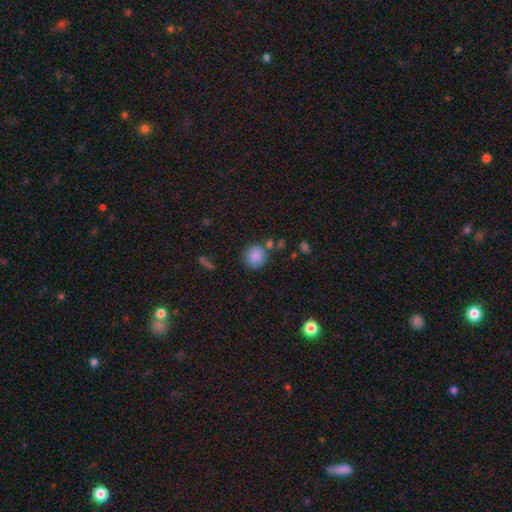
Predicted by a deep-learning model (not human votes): Smooth or featured?
  - smooth: 86% *
  - star or artifact: 9%
  - featured or disk: 4%
How rounded?
  - round: 86% *
  - in between: 12%
  - cigar-shaped: 1%
Merging?
  - none: 76% *
  - minor disturbance: 12%
  - merger: 9%
  - major disturbance: 4%